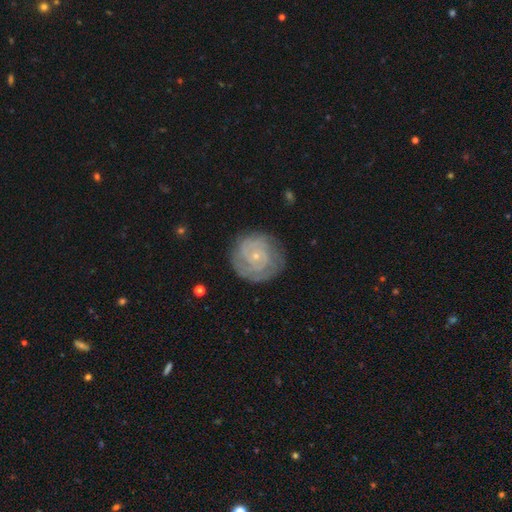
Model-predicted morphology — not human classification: The model was most divided on "spiral arm count": 2: 32%, can't tell: 29%, 3: 19%, 4: 8%, 1: 6%, more than 4: 5%. More confident: edge-on disk — no (98%); spiral arms — yes (94%); bulge size — small (84%); merging — none (79%); smooth or featured — featured or disk (79%); bar — no (78%); spiral winding — tight (78%).